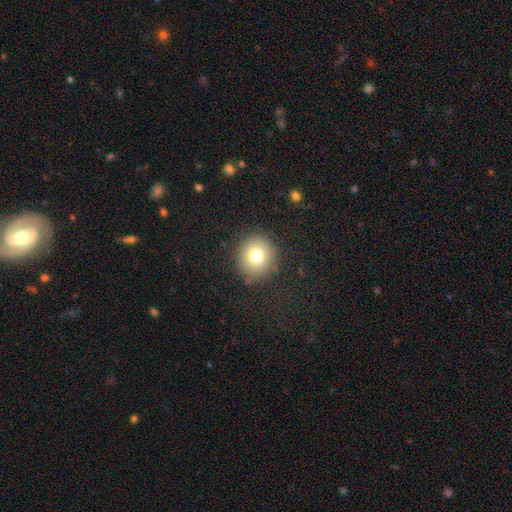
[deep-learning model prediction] Q: Smooth or featured?
A: smooth (76%); runner-up: star or artifact (13%)
Q: How rounded?
A: round (89%); runner-up: in between (10%)
Q: Merging?
A: none (87%); runner-up: minor disturbance (8%)